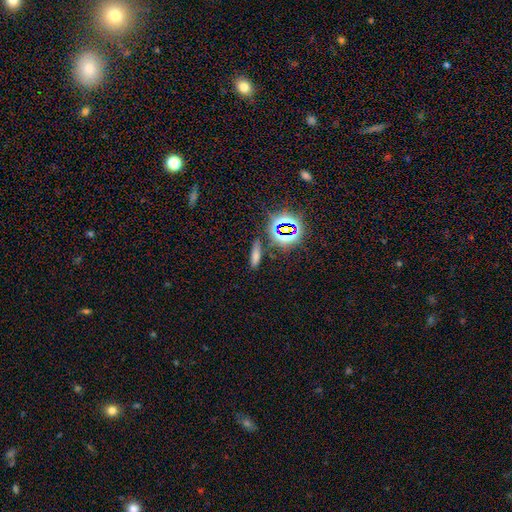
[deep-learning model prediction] Morphology: type=smooth (61%); roundness=cigar-shaped (56%); merging=none (78%).